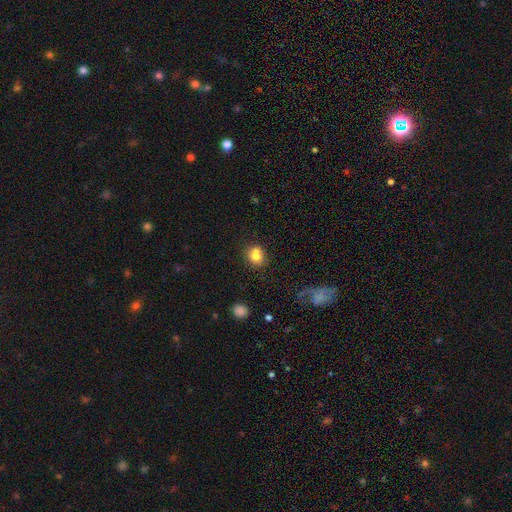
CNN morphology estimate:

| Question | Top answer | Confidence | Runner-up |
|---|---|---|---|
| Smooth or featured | smooth | 79% | star or artifact (11%) |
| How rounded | round | 75% | in between (24%) |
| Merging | none | 62% | merger (18%) |